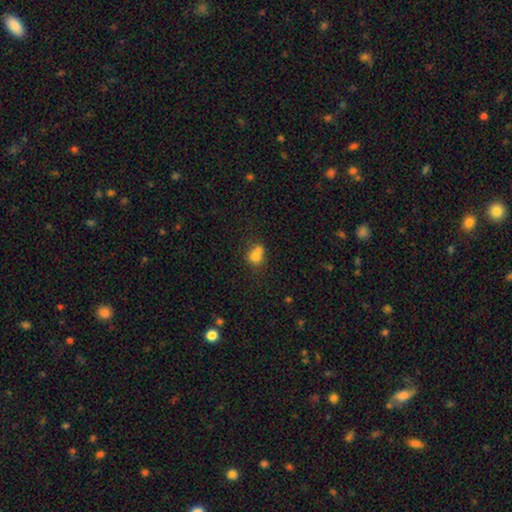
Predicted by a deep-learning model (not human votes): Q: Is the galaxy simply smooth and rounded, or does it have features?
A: smooth — 73%.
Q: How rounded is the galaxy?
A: round — 69%.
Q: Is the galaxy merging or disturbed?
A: merger — 55%.